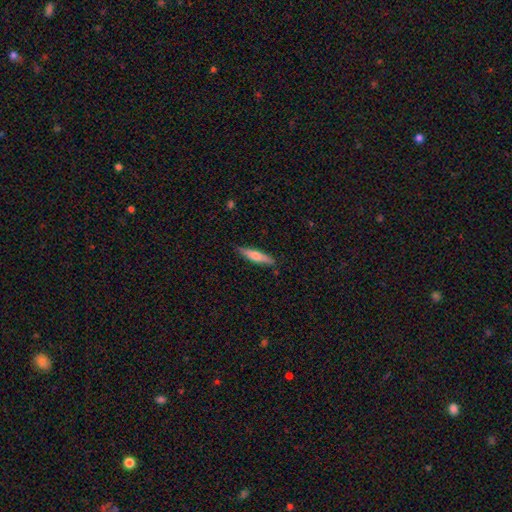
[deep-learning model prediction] Q: Smooth or featured?
A: smooth (57%); runner-up: featured or disk (37%)
Q: How rounded?
A: cigar-shaped (82%); runner-up: in between (16%)
Q: Merging?
A: none (88%); runner-up: minor disturbance (9%)